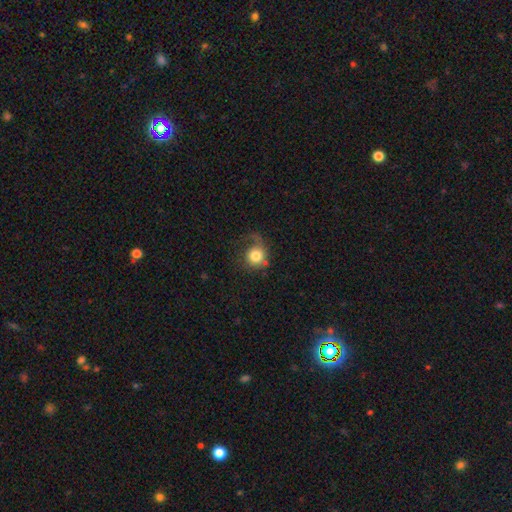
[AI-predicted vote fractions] Smooth or featured?
  - smooth: 73% *
  - featured or disk: 18%
  - star or artifact: 9%
How rounded?
  - round: 85% *
  - in between: 14%
  - cigar-shaped: 1%
Merging?
  - none: 42% *
  - major disturbance: 31%
  - minor disturbance: 23%
  - merger: 5%